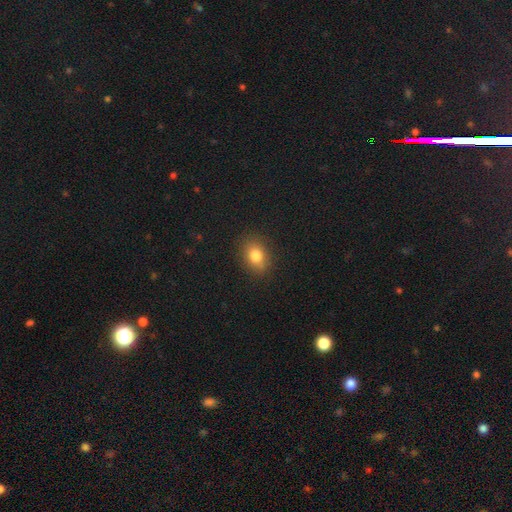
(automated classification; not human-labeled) smooth-or-featured: smooth: 80% | star or artifact: 11% | featured or disk: 9%
  how-rounded: in between: 63% | round: 35% | cigar-shaped: 2%
  merging: none: 87% | minor disturbance: 9% | major disturbance: 3% | merger: 1%